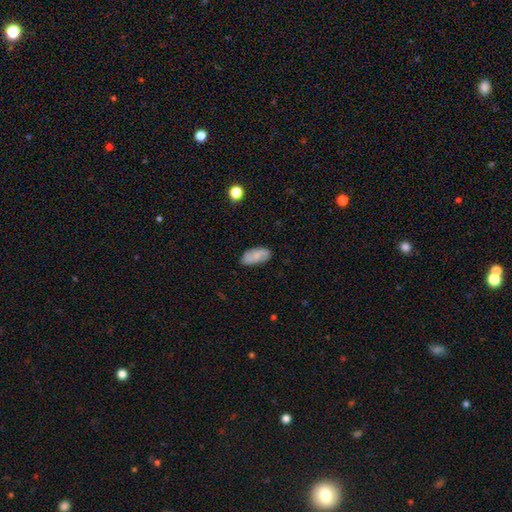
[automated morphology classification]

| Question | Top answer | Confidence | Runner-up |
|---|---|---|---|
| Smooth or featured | smooth | 63% | featured or disk (30%) |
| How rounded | in between | 92% | cigar-shaped (5%) |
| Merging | none | 81% | minor disturbance (15%) |